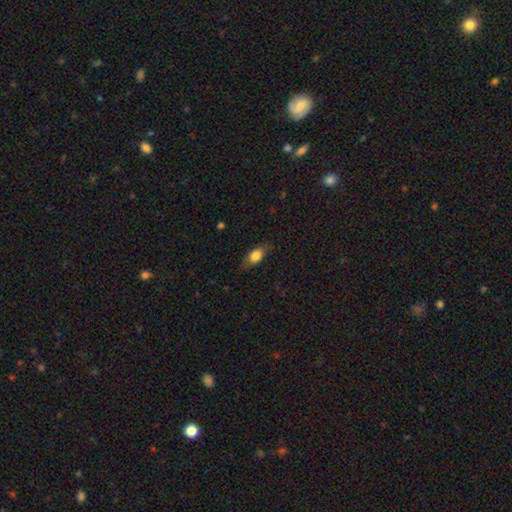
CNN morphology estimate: Q: Smooth or featured?
A: smooth (78%); runner-up: featured or disk (15%)
Q: How rounded?
A: in between (81%); runner-up: cigar-shaped (10%)
Q: Merging?
A: none (77%); runner-up: minor disturbance (17%)